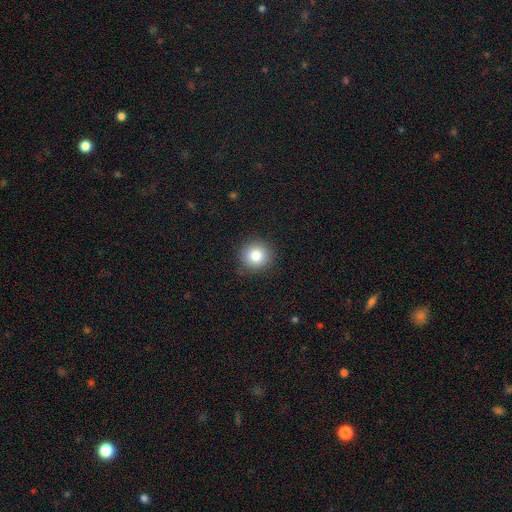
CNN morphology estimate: Smooth or featured?
  - smooth: 82% *
  - star or artifact: 11%
  - featured or disk: 8%
How rounded?
  - round: 92% *
  - in between: 7%
  - cigar-shaped: 1%
Merging?
  - none: 88% *
  - minor disturbance: 8%
  - major disturbance: 2%
  - merger: 1%